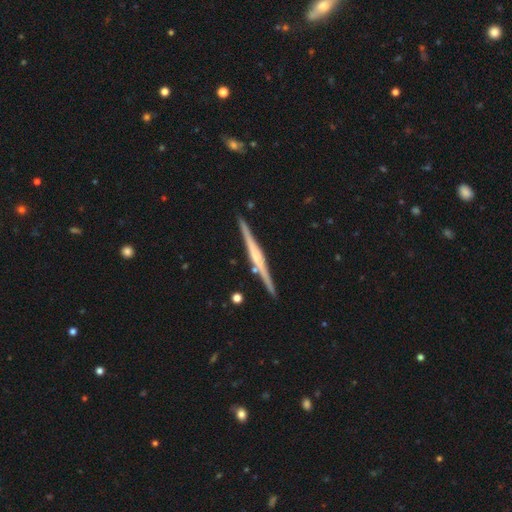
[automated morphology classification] The model was most divided on "edge-on bulge": rounded: 52%, boxy: 27%, none: 21%. More confident: edge-on disk — yes (98%); merging — none (89%); smooth or featured — featured or disk (80%).